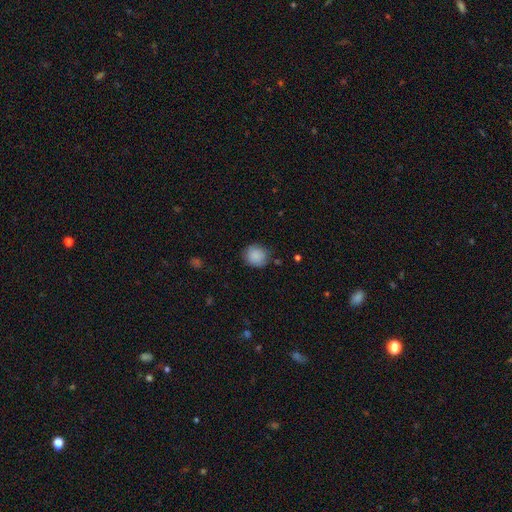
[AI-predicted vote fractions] The model was most divided on "merging": none: 79%, minor disturbance: 16%, major disturbance: 4%, merger: 2%. More confident: smooth or featured — smooth (87%); how rounded — round (82%).